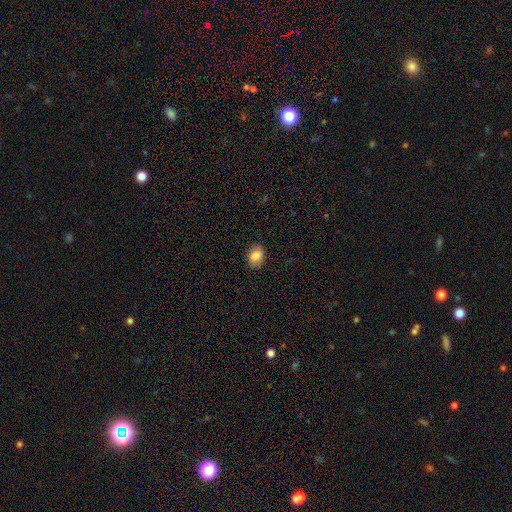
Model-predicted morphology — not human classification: Smooth or featured? Predicted: smooth (p=0.84). How rounded? Predicted: in between (p=0.73). Merging? Predicted: none (p=0.85).